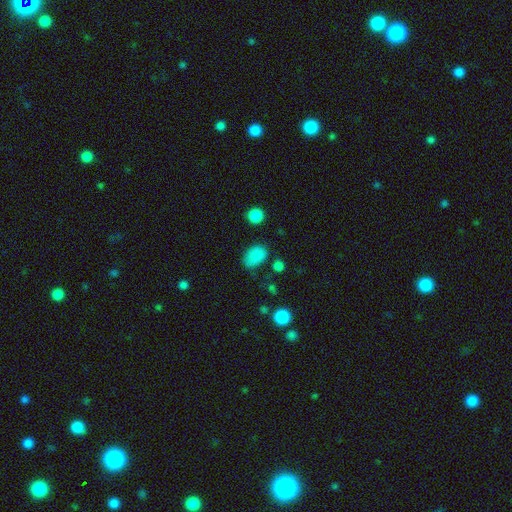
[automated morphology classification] Smooth or featured? smooth (83%)
How rounded? in between (82%)
Merging? none (63%)